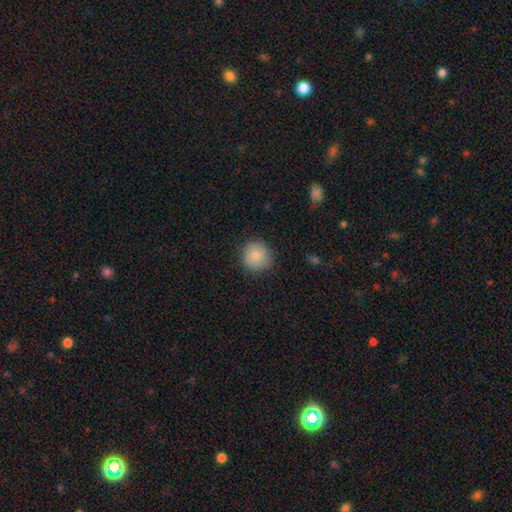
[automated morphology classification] This appears to be a smooth galaxy with no disk features (83%) that is round (92%). Merging: none (84%).